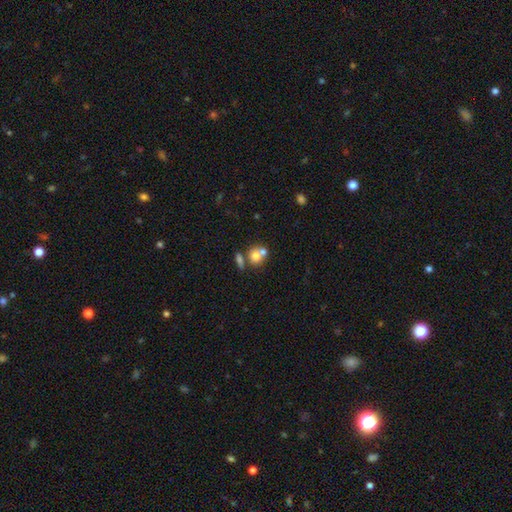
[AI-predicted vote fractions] smooth-or-featured: smooth: 73% | featured or disk: 16% | star or artifact: 11%
  how-rounded: round: 71% | in between: 27% | cigar-shaped: 2%
  merging: merger: 49% | none: 38% | minor disturbance: 8% | major disturbance: 4%